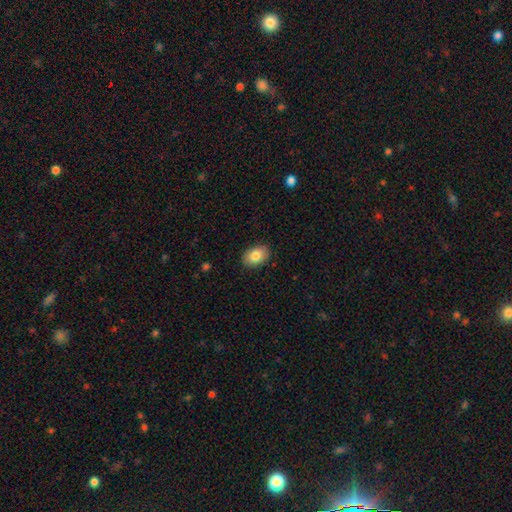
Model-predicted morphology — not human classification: A smooth galaxy with no disk features (84%) that is in between round and cigar-shaped (84%).

Vote fractions:
- Smooth or featured? smooth: 84% / featured or disk: 9% / star or artifact: 7%
- How rounded? in between: 84% / round: 15% / cigar-shaped: 1%
- Merging? none: 88% / minor disturbance: 9% / major disturbance: 2% / merger: 1%